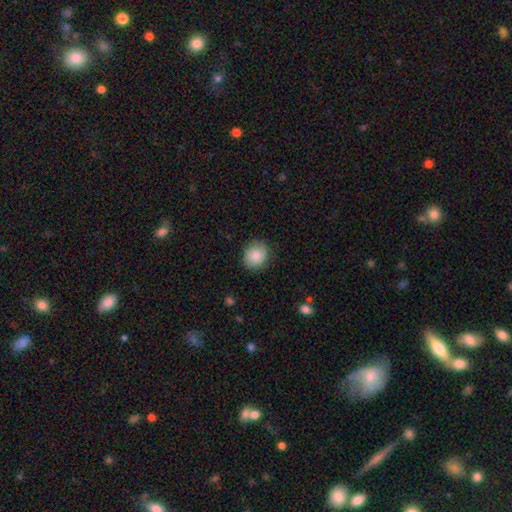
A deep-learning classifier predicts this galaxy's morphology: Smooth or featured?
  - smooth: 85% *
  - featured or disk: 8%
  - star or artifact: 7%
How rounded?
  - round: 71% *
  - in between: 29%
  - cigar-shaped: 1%
Merging?
  - none: 84% *
  - minor disturbance: 12%
  - major disturbance: 3%
  - merger: 1%